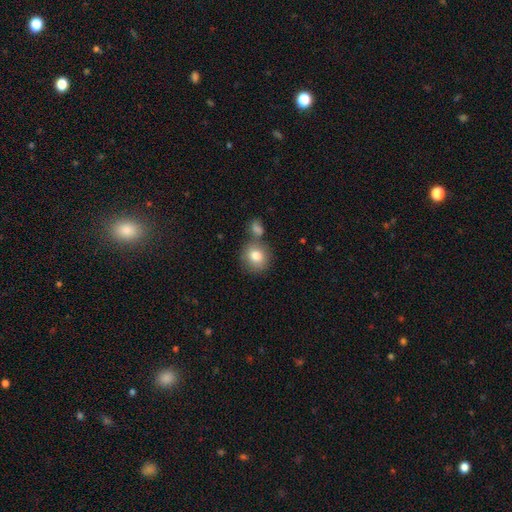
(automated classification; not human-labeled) A smooth galaxy with no disk features (81%) that is round (84%). Merging: none (62%).